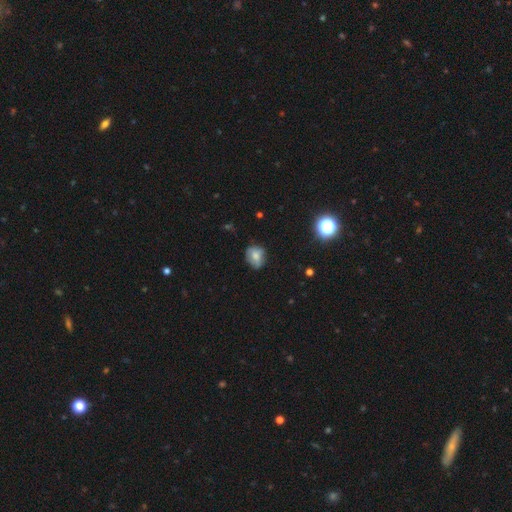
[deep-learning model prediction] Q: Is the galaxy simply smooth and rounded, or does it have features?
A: smooth — 63%.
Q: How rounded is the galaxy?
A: round — 61%.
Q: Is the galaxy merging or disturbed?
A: none — 62%.